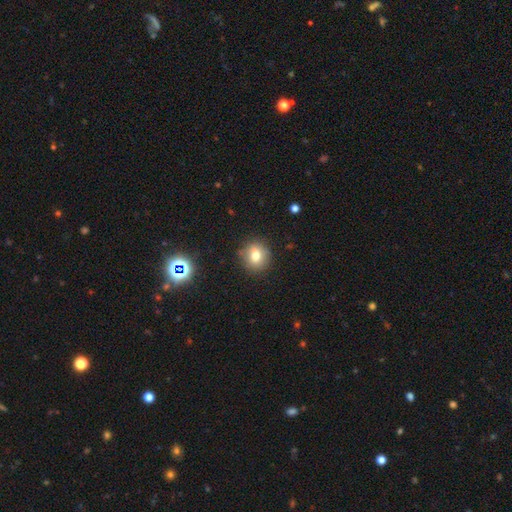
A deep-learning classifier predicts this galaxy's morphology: Q: Smooth or featured?
A: smooth (74%); runner-up: star or artifact (13%)
Q: How rounded?
A: round (83%); runner-up: in between (16%)
Q: Merging?
A: none (84%); runner-up: minor disturbance (11%)